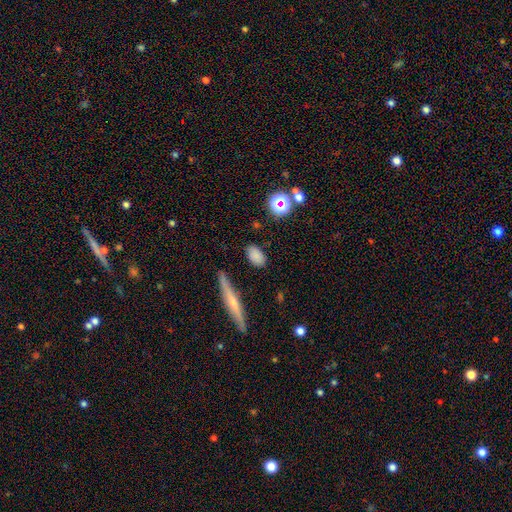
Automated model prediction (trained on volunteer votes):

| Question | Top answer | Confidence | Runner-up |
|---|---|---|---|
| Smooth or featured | smooth | 80% | star or artifact (12%) |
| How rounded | in between | 88% | round (8%) |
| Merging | none | 79% | minor disturbance (14%) |